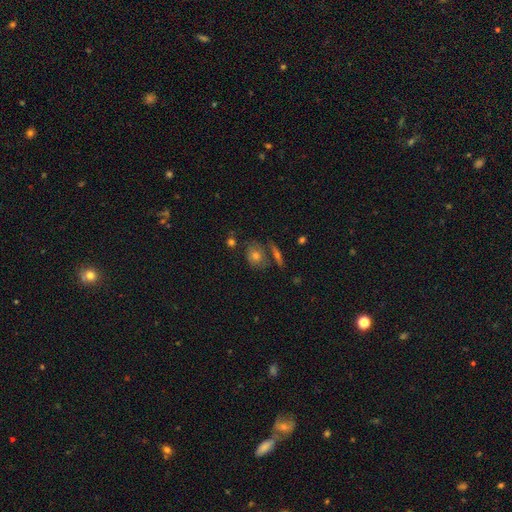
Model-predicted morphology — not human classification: smooth_or_featured: smooth (p=0.54) [alt: featured or disk p=0.28]
how_rounded: round (p=0.67) [alt: in between p=0.30]
merging: none (p=0.66) [alt: merger p=0.14]